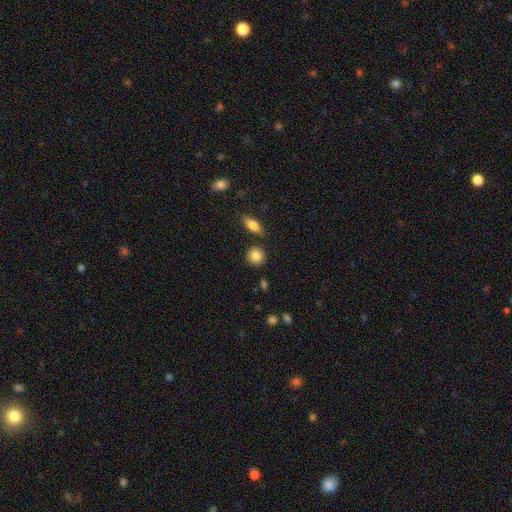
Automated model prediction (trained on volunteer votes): This appears to be a smooth galaxy with no disk features (84%) that is round (86%). Merging: none (85%).